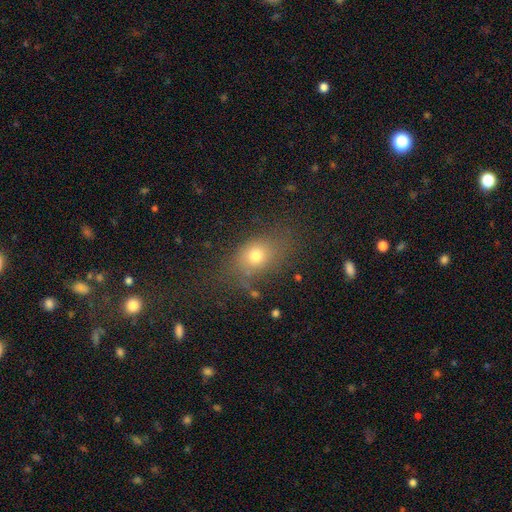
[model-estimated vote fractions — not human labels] Smooth or featured?
  - smooth: 72% *
  - star or artifact: 16%
  - featured or disk: 12%
How rounded?
  - in between: 59% *
  - round: 39%
  - cigar-shaped: 2%
Merging?
  - none: 69% *
  - minor disturbance: 18%
  - major disturbance: 10%
  - merger: 3%